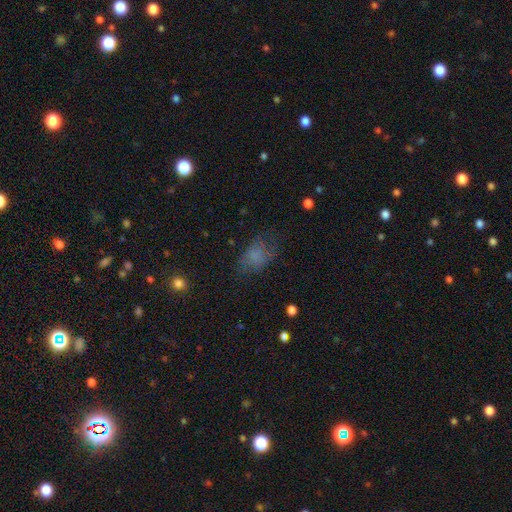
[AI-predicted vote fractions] A smooth galaxy with no disk features (69%) that is in between round and cigar-shaped (82%). Merging: none (56%).